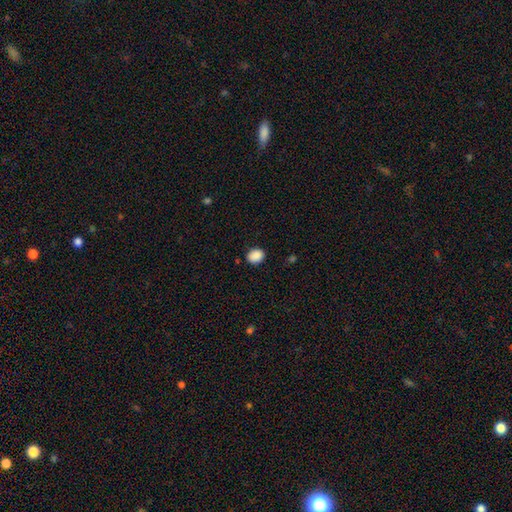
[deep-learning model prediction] smooth 89%, star or artifact 9%, featured or disk 3%. Down the decision tree: how rounded — round (55%); merging — none (86%).